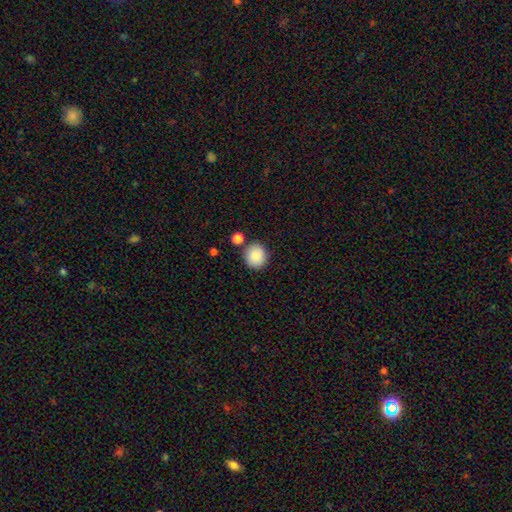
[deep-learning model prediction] This appears to be a smooth galaxy with no disk features (88%) that is round (86%). Merging: none (81%).